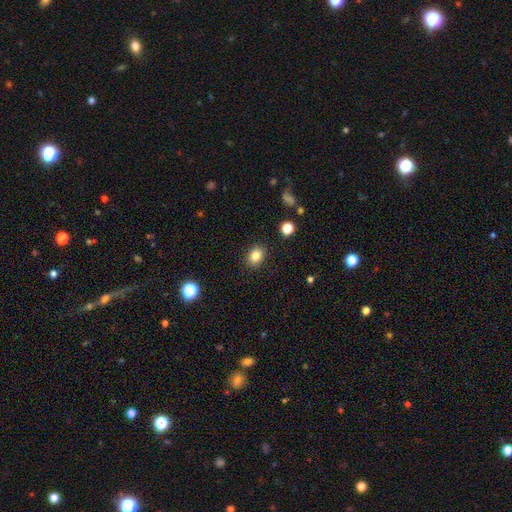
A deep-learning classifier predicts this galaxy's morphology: Smooth or featured?
  - smooth: 83% *
  - star or artifact: 11%
  - featured or disk: 6%
How rounded?
  - in between: 57% *
  - round: 42%
  - cigar-shaped: 1%
Merging?
  - none: 88% *
  - minor disturbance: 8%
  - major disturbance: 2%
  - merger: 1%